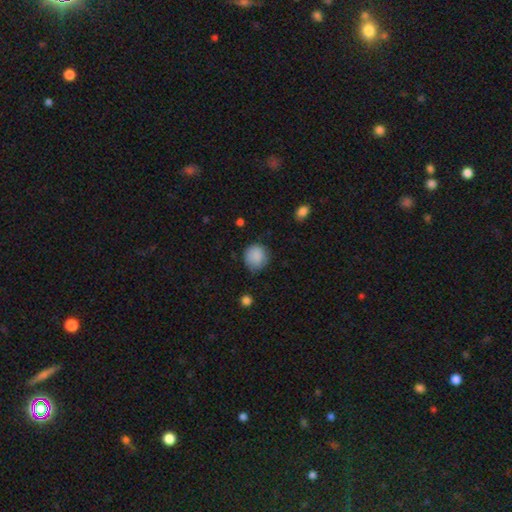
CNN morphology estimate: Smooth or featured: smooth — 87% (star or artifact — 8%)
How rounded: round — 86% (in between — 13%)
Merging: none — 72% (minor disturbance — 22%)